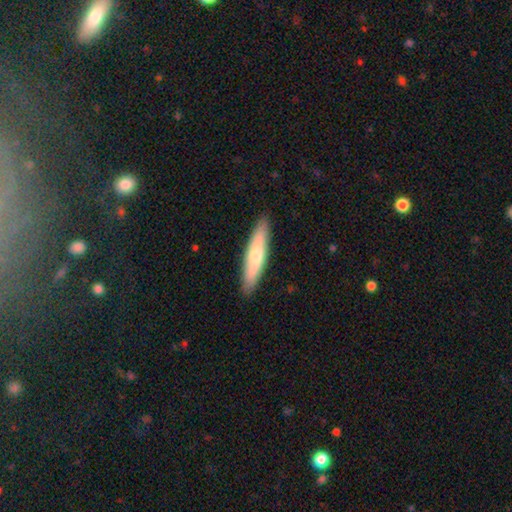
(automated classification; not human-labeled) Overall: smooth (64%; featured or disk 31%). How rounded: cigar-shaped (84%). Merging: none (90%).